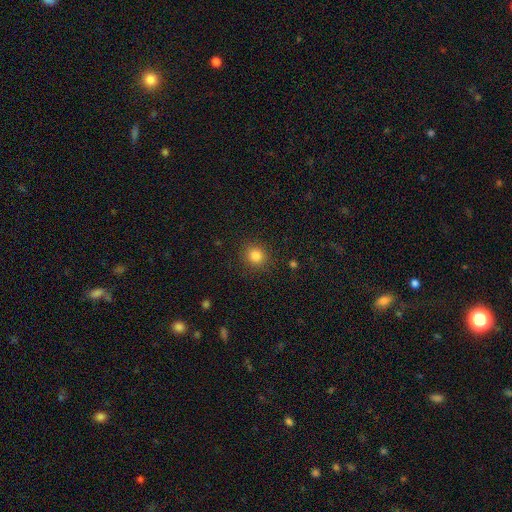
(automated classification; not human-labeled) smooth-or-featured: smooth: 83% | star or artifact: 12% | featured or disk: 5%
  how-rounded: round: 84% | in between: 15% | cigar-shaped: 1%
  merging: none: 89% | minor disturbance: 8% | major disturbance: 3% | merger: 1%